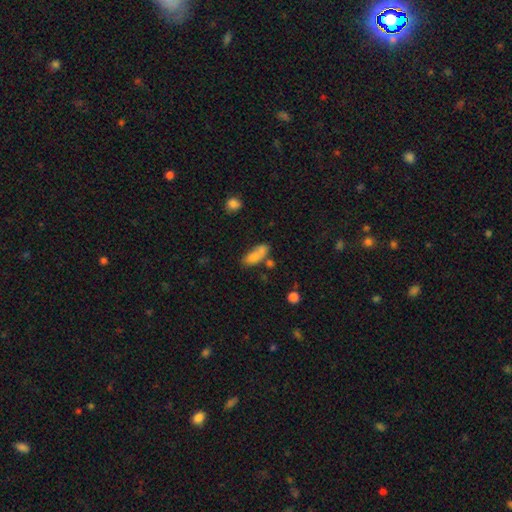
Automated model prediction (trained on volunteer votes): smooth-or-featured: smooth: 76% | featured or disk: 15% | star or artifact: 9%
  how-rounded: in between: 78% | cigar-shaped: 18% | round: 4%
  merging: none: 42% | merger: 30% | minor disturbance: 19% | major disturbance: 9%